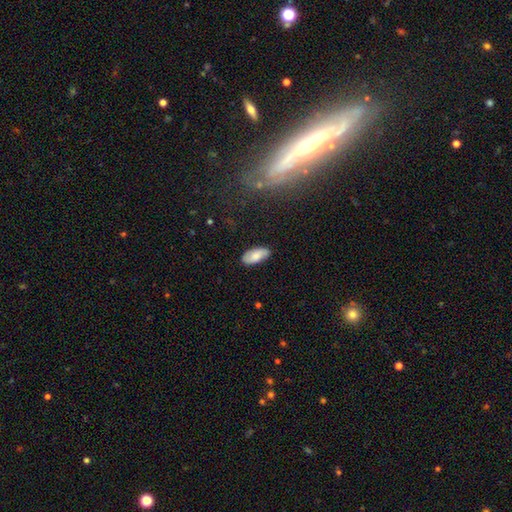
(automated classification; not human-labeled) The model was most divided on "smooth or featured": smooth: 70%, featured or disk: 24%, star or artifact: 7%. More confident: how rounded — in between (92%); merging — none (82%).